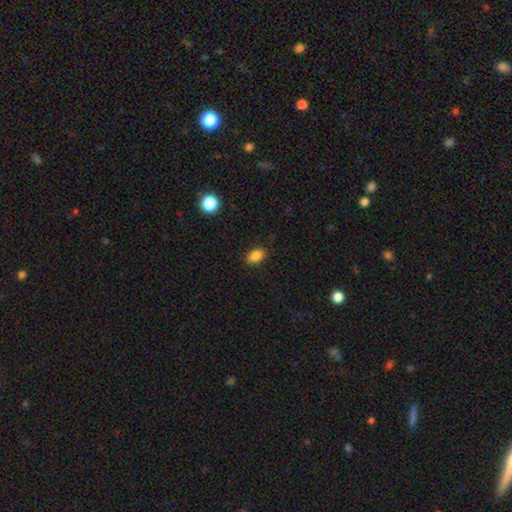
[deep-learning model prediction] This appears to be a smooth galaxy with no disk features (85%) that is in between round and cigar-shaped (82%). Merging: none (87%).